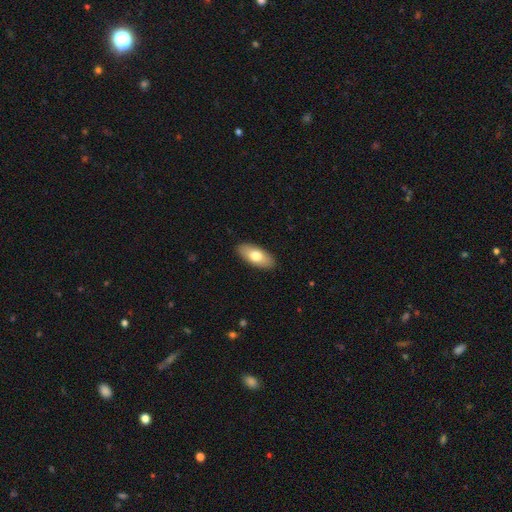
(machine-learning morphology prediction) A smooth galaxy with no disk features (73%) that is in between round and cigar-shaped (86%).

Vote fractions:
- Smooth or featured? smooth: 73% / featured or disk: 21% / star or artifact: 6%
- How rounded? in between: 86% / cigar-shaped: 11% / round: 3%
- Merging? none: 90% / minor disturbance: 8% / major disturbance: 2% / merger: 1%